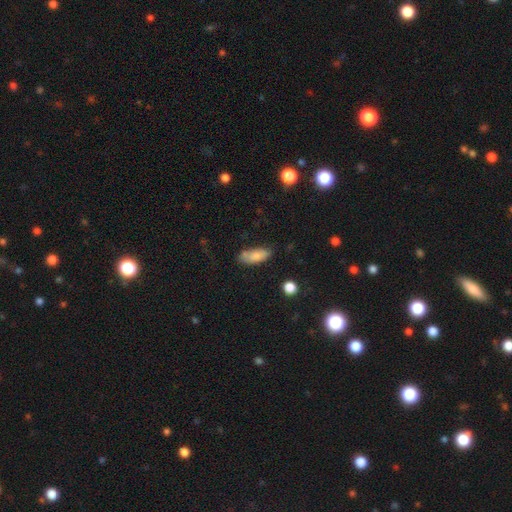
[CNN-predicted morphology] Smooth or featured? Predicted: smooth (p=0.79). How rounded? Predicted: in between (p=0.81). Merging? Predicted: none (p=0.64).